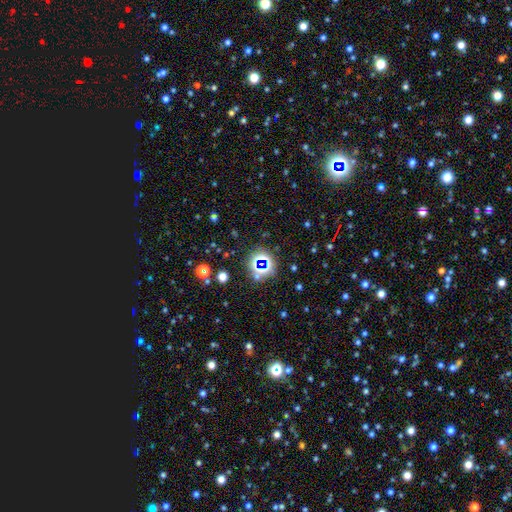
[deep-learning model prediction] This appears to be a star or artifact, not a galaxy (79%).